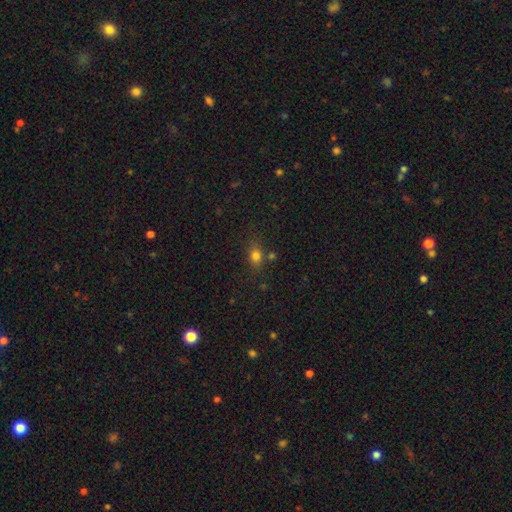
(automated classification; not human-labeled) A smooth galaxy with no disk features (77%) that is in between round and cigar-shaped (59%).

Vote fractions:
- Smooth or featured? smooth: 77% / star or artifact: 14% / featured or disk: 9%
- How rounded? in between: 59% / round: 38% / cigar-shaped: 3%
- Merging? none: 70% / minor disturbance: 16% / merger: 9% / major disturbance: 5%